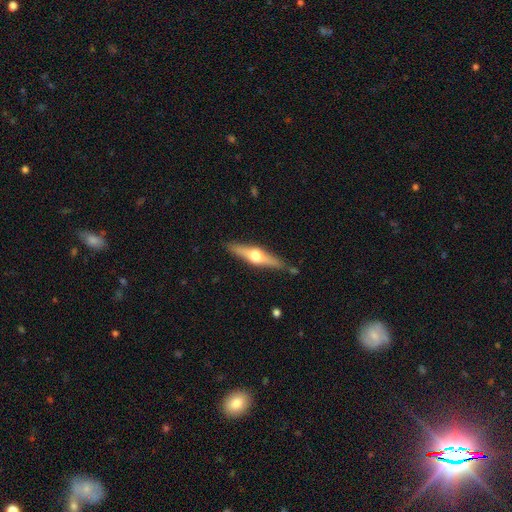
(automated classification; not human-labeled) A featured or disk galaxy (70%) viewed edge-on (97%) with a rounded central bulge (96%). Merging: none (86%).